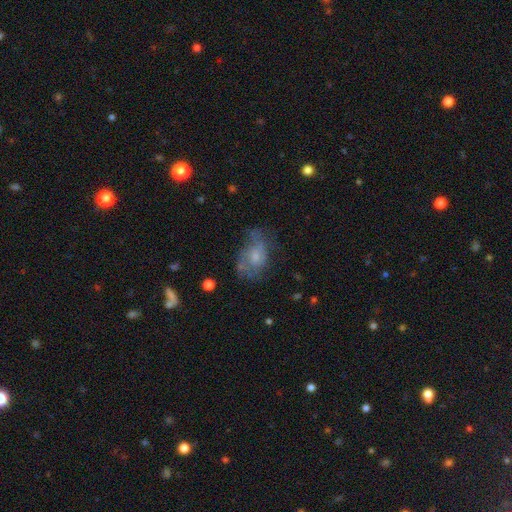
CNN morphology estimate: type=featured or disk (47%); merging=none (41%).